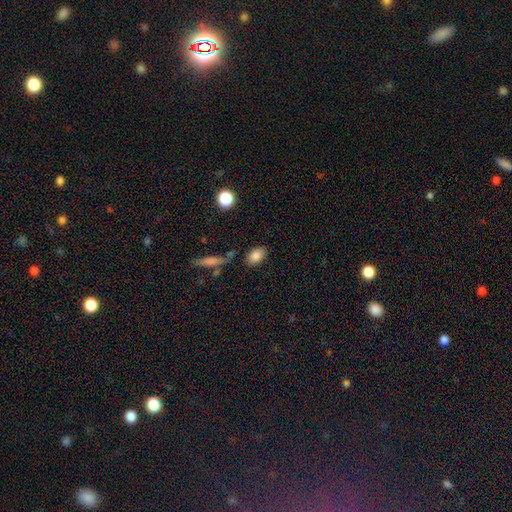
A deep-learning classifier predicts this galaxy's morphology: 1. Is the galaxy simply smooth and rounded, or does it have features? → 84% smooth, 8% star or artifact, 7% featured or disk.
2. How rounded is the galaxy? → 87% in between, 11% round, 2% cigar-shaped.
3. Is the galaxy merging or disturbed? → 79% none, 12% minor disturbance, 5% merger, 3% major disturbance.